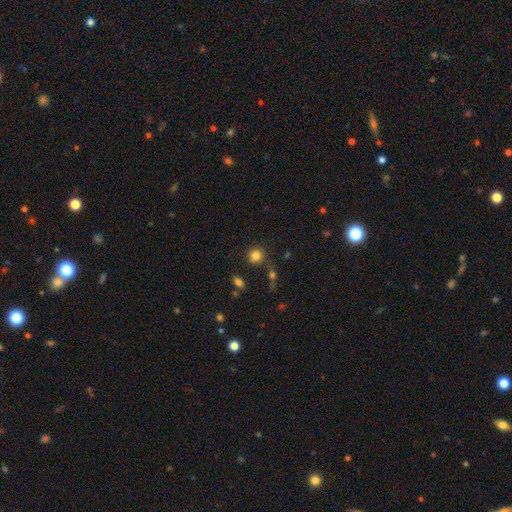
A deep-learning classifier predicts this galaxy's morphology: smooth_or_featured: smooth (p=0.82) [alt: star or artifact p=0.12]
how_rounded: round (p=0.89) [alt: in between p=0.10]
merging: none (p=0.76) [alt: minor disturbance p=0.11]